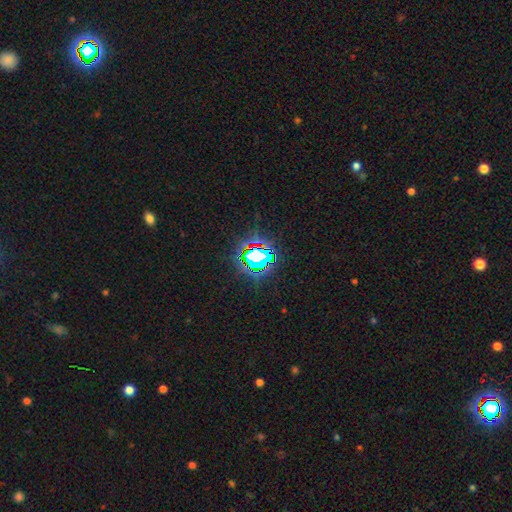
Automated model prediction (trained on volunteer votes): Morphology: type=star or artifact (70%).